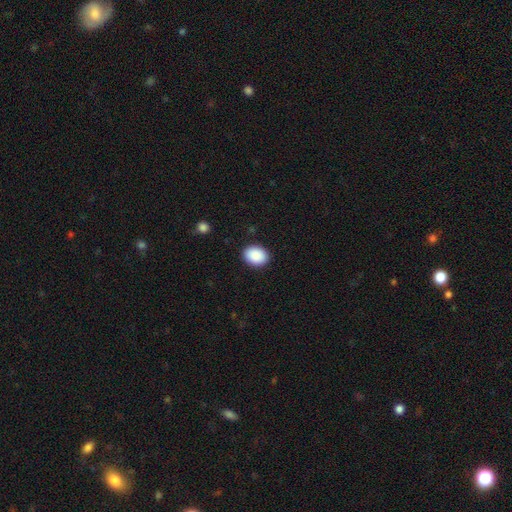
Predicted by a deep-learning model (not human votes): Smooth or featured? Predicted: smooth (p=0.90). How rounded? Predicted: in between (p=0.66). Merging? Predicted: none (p=0.90).